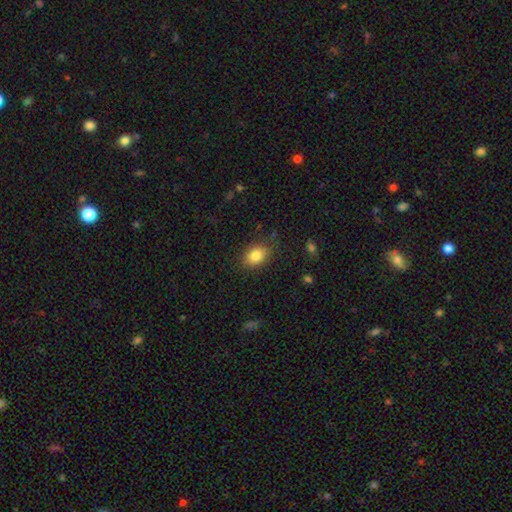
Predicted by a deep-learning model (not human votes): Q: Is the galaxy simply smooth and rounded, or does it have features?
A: smooth — 84%.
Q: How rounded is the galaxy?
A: in between — 78%.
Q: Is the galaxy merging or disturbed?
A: none — 81%.